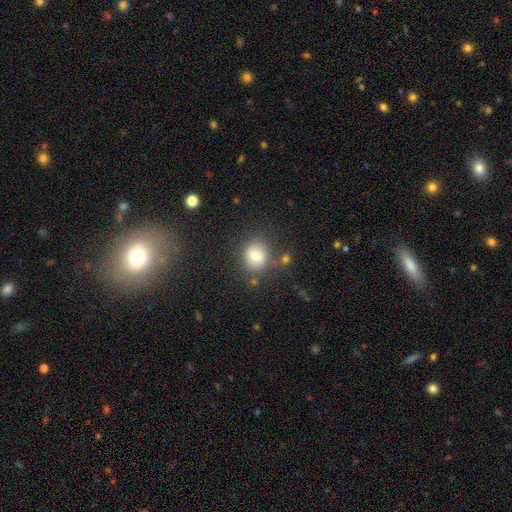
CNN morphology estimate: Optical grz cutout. It shows a smooth galaxy with no disk features (82%) that is round (63%). Merging: none (72%).